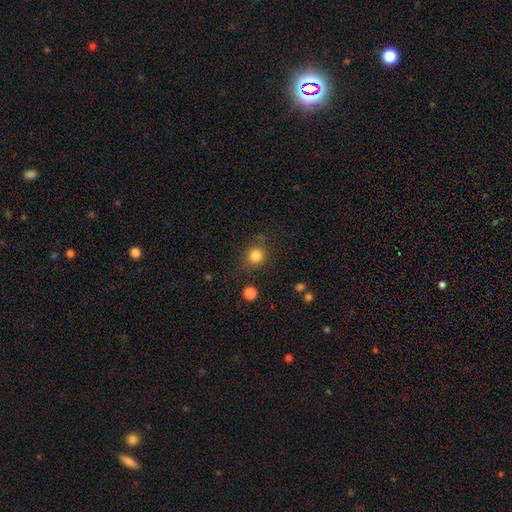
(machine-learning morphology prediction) Smooth or featured?
  - smooth: 83% *
  - star or artifact: 12%
  - featured or disk: 5%
How rounded?
  - round: 88% *
  - in between: 11%
  - cigar-shaped: 1%
Merging?
  - none: 83% *
  - minor disturbance: 11%
  - major disturbance: 4%
  - merger: 3%